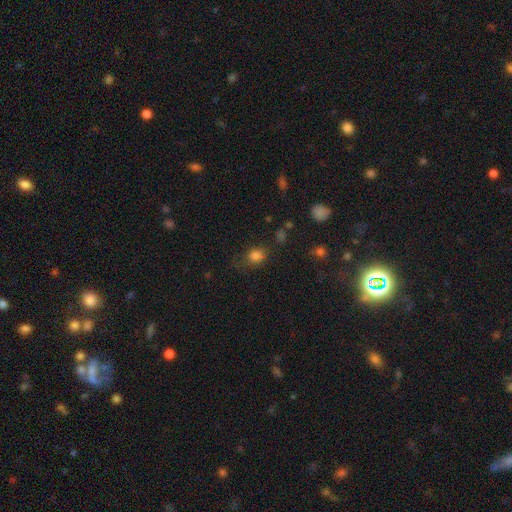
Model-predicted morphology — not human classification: This is likely a smooth galaxy (78%). How rounded: possibly round (53%). Merging: likely none (65%).